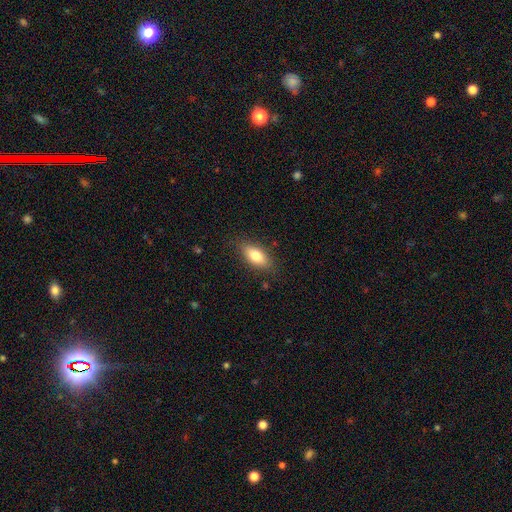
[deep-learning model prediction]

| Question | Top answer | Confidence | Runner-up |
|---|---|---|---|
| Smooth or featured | smooth | 78% | featured or disk (15%) |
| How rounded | in between | 82% | cigar-shaped (14%) |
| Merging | none | 83% | minor disturbance (13%) |